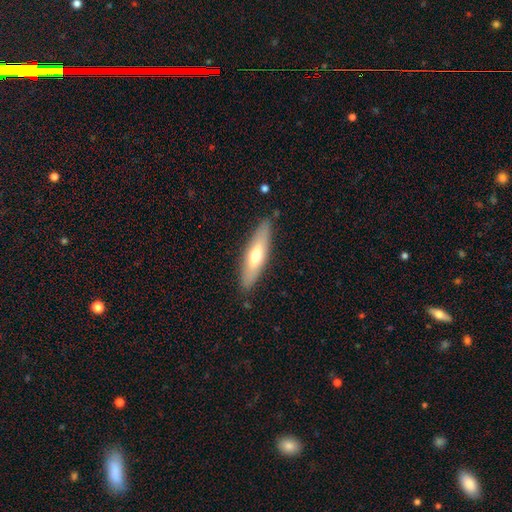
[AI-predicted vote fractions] This appears to be a smooth galaxy with no disk features (56%) that is cigar-shaped (70%). Merging: none (86%).